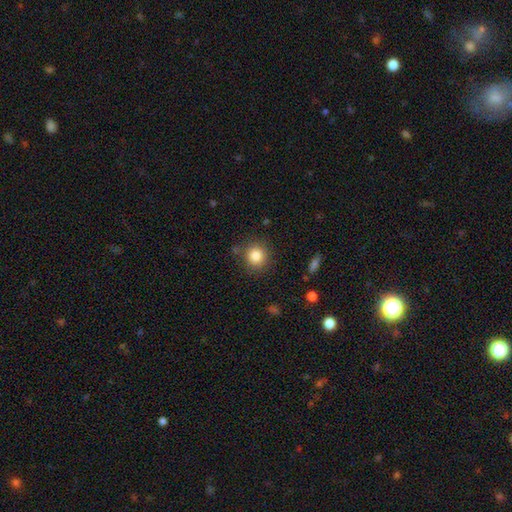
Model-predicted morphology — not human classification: A smooth galaxy with no disk features (84%) that is round (90%).

Vote fractions:
- Smooth or featured? smooth: 84% / star or artifact: 10% / featured or disk: 6%
- How rounded? round: 90% / in between: 9% / cigar-shaped: 1%
- Merging? none: 84% / minor disturbance: 10% / major disturbance: 3% / merger: 3%